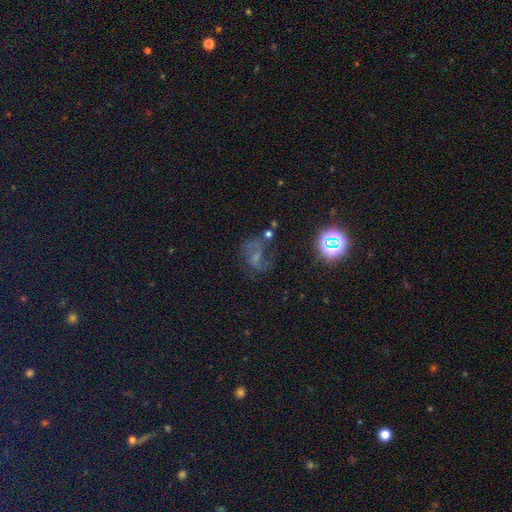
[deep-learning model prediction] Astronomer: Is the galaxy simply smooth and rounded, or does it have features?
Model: featured or disk — 53%.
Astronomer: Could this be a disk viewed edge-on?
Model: no — 97%.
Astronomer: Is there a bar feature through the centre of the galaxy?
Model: weak — 44% (runner-up: no, 39%).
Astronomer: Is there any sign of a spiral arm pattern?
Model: yes — 81%.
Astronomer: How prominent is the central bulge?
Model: small — 44% (runner-up: none, 31%).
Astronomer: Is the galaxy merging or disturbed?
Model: none — 51%.